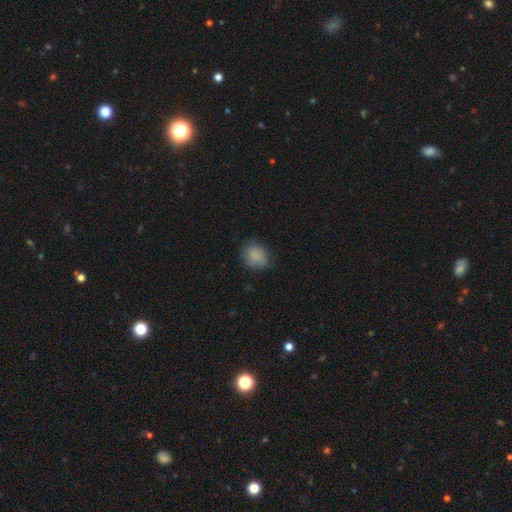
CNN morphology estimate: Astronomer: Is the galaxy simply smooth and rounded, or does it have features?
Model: smooth — 84%.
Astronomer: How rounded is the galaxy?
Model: round — 58% (runner-up: in between, 41%).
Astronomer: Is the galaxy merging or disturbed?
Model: none — 67%.